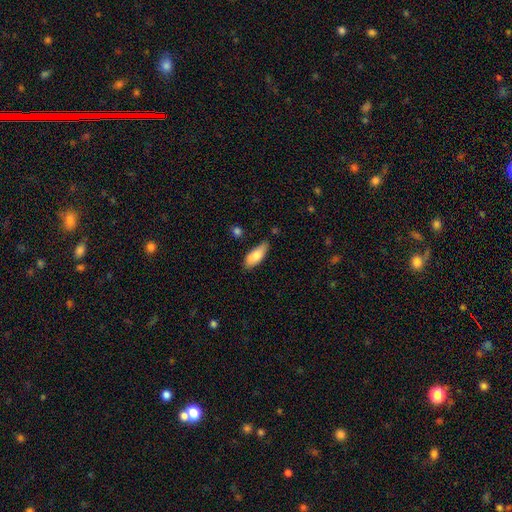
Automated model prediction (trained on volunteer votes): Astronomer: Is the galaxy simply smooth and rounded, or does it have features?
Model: smooth — 80%.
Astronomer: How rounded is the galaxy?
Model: in between — 72%.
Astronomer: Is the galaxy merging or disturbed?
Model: none — 77%.